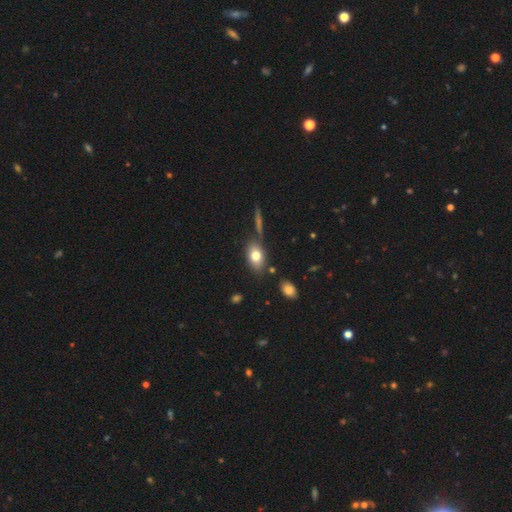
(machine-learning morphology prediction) Overall: smooth (76%). How rounded: in between (86%). Merging: none (72%).